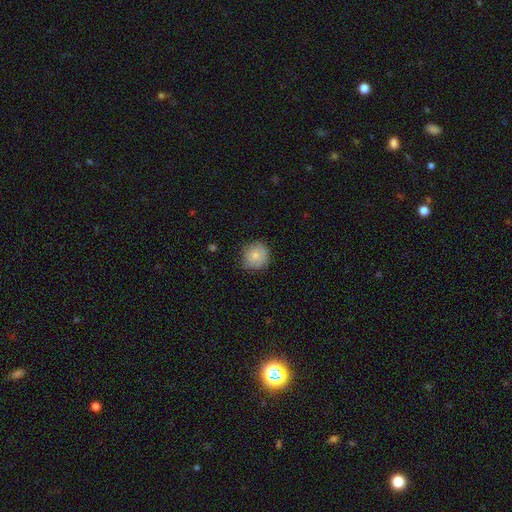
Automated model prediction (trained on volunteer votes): Smooth or featured? smooth (80%)
How rounded? round (90%)
Merging? none (76%)